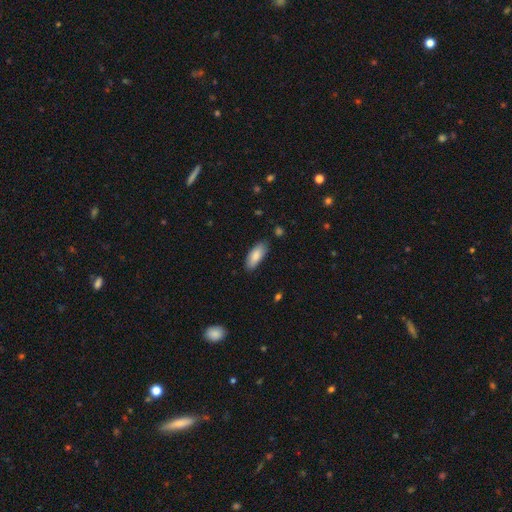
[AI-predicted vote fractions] smooth 85%, featured or disk 9%, star or artifact 6%. Down the decision tree: how rounded — in between (77%); merging — none (83%).